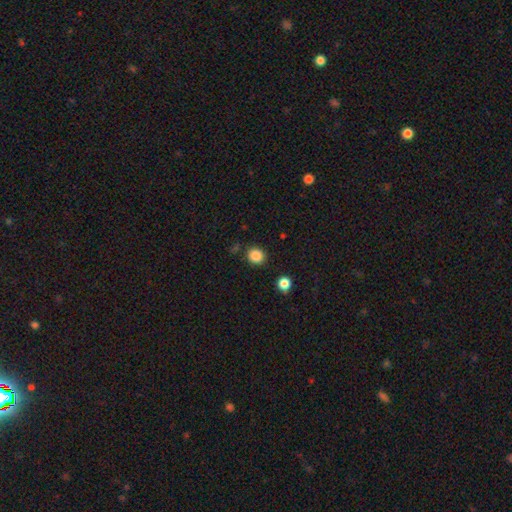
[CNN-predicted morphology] type=smooth (86%); roundness=round (84%); merging=none (85%).